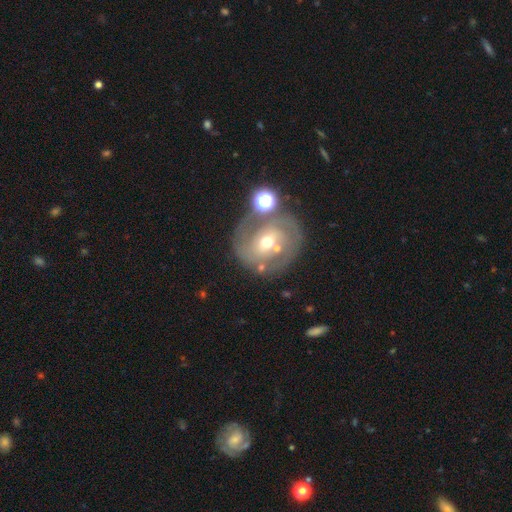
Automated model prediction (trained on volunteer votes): smooth_or_featured: featured or disk (p=0.73) [alt: smooth p=0.16]
disk_edge_on: no (p=0.96) [alt: yes p=0.04]
bar: no (p=0.41) [alt: weak p=0.39]
has_spiral_arms: yes (p=0.80) [alt: no p=0.20]
spiral_winding: tight (p=0.59) [alt: medium p=0.31]
spiral_arm_count: 2 (p=0.51) [alt: can't tell p=0.28]
bulge_size: moderate (p=0.55) [alt: small p=0.40]
merging: none (p=0.64) [alt: minor disturbance p=0.14]